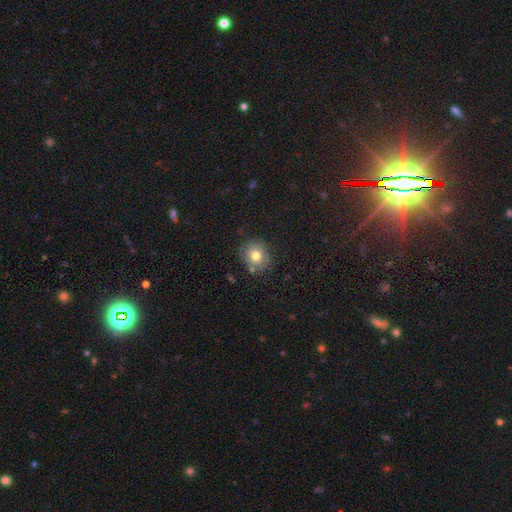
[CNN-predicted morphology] Smooth or featured: smooth — 74% (featured or disk — 16%)
How rounded: round — 76% (in between — 24%)
Merging: none — 78% (minor disturbance — 14%)